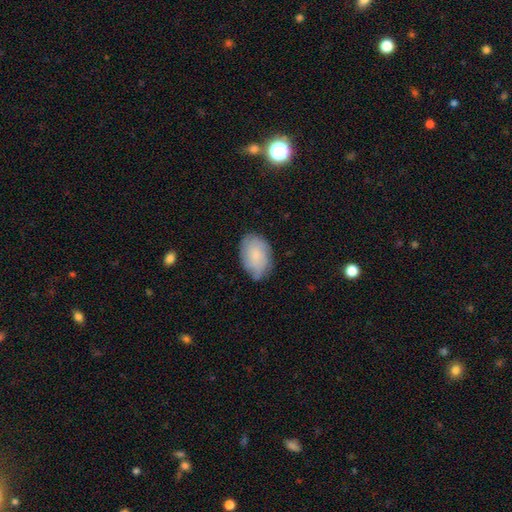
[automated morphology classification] Q: Smooth or featured?
A: smooth (61%); runner-up: featured or disk (31%)
Q: How rounded?
A: in between (86%); runner-up: round (13%)
Q: Merging?
A: none (70%); runner-up: minor disturbance (23%)